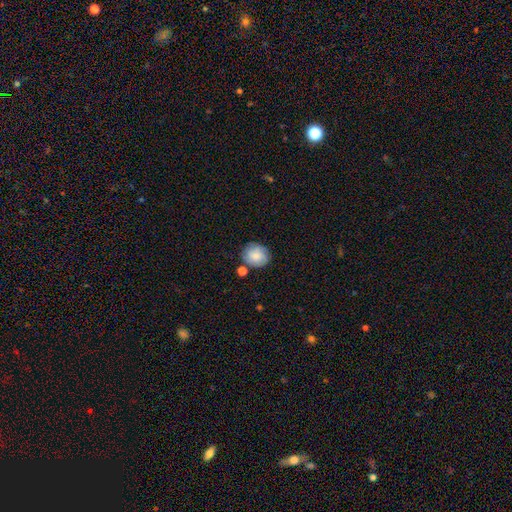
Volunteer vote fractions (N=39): This appears to be a smooth galaxy with no disk features (87%) that is round (79%). Merging: none (89%).